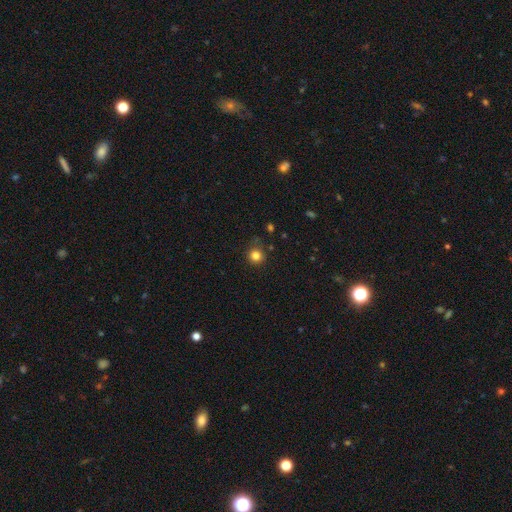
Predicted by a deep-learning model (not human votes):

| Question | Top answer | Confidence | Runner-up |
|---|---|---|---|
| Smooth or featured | smooth | 82% | star or artifact (13%) |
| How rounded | round | 90% | in between (9%) |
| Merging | none | 79% | minor disturbance (15%) |